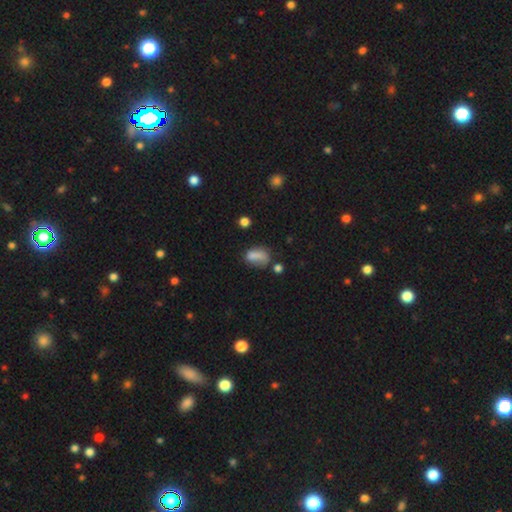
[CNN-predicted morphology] Q: Smooth or featured?
A: smooth (72%); runner-up: featured or disk (16%)
Q: How rounded?
A: in between (79%); runner-up: round (15%)
Q: Merging?
A: none (38%); runner-up: minor disturbance (28%)